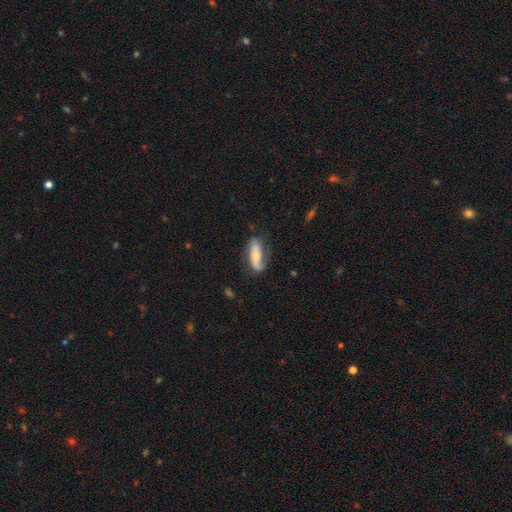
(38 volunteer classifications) Morphology: type=featured or disk (50%); edge-on=no (89%); bar=no (41%); spiral arms=yes (88%); winding=loose (73%); arm count=2 (53%); bulge=moderate (47%); merging=none (37%).